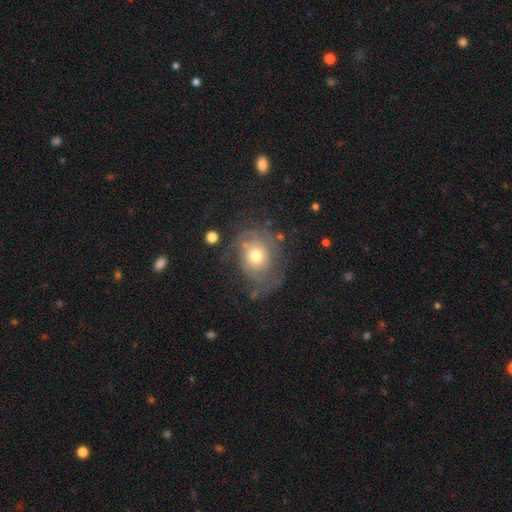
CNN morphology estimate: smooth-or-featured: featured or disk: 68% | smooth: 24% | star or artifact: 8%
  disk-edge-on: no: 97% | yes: 3%
    bar: no: 83% | weak: 14% | strong: 3%
    has-spiral-arms: yes: 81% | no: 19%
      spiral-winding: tight: 51% | medium: 33% | loose: 16%
      spiral-arm-count: can't tell: 35% (tied) | 2: 35% (tied) | 3: 12% | 1: 9% | 4: 5% | more than 4: 4%
    bulge-size: moderate: 70% | small: 16% | large: 12% | dominant: 1% | none: 1%
  merging: none: 57% | minor disturbance: 21% | major disturbance: 19% | merger: 2%